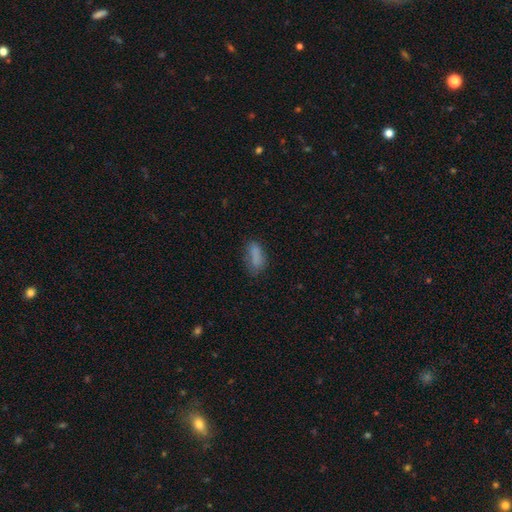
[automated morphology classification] smooth 80%, star or artifact 10%, featured or disk 10%. Down the decision tree: how rounded — in between (82%); merging — none (57%).